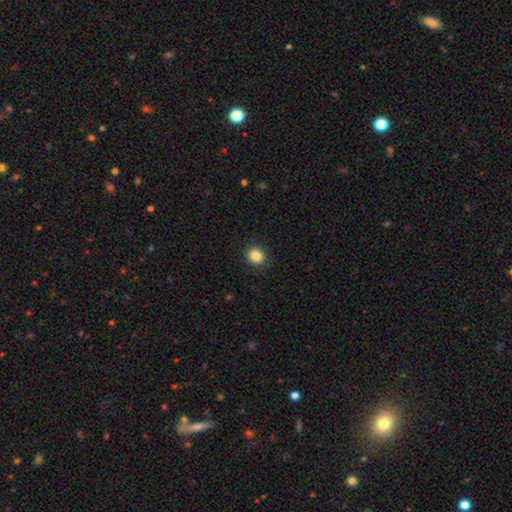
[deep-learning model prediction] Smooth or featured? Predicted: smooth (p=0.86). How rounded? Predicted: round (p=0.65). Merging? Predicted: none (p=0.90).